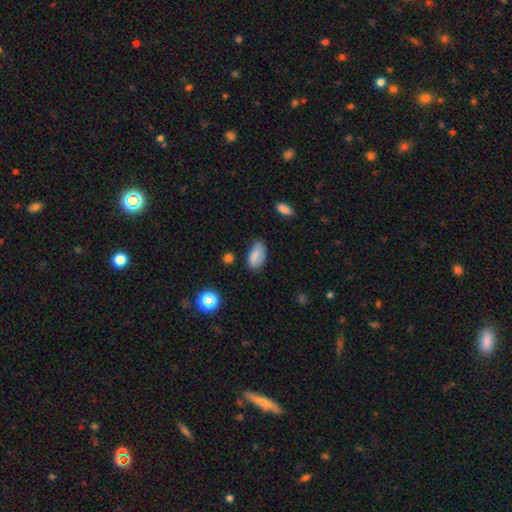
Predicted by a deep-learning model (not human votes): Morphology: type=smooth (80%); roundness=in between (93%); merging=none (66%).